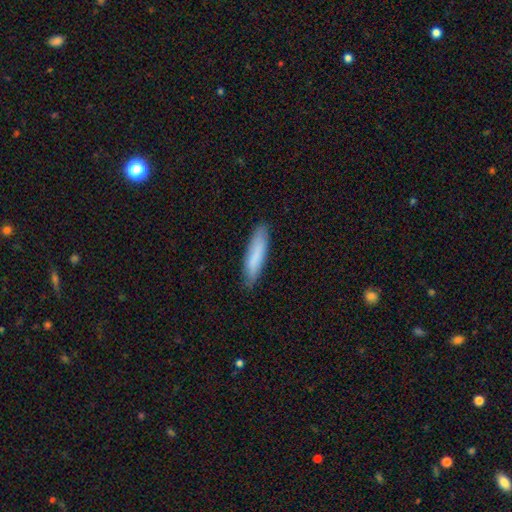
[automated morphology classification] Q: Smooth or featured?
A: smooth (80%); runner-up: featured or disk (14%)
Q: How rounded?
A: cigar-shaped (77%); runner-up: in between (22%)
Q: Merging?
A: none (84%); runner-up: minor disturbance (13%)